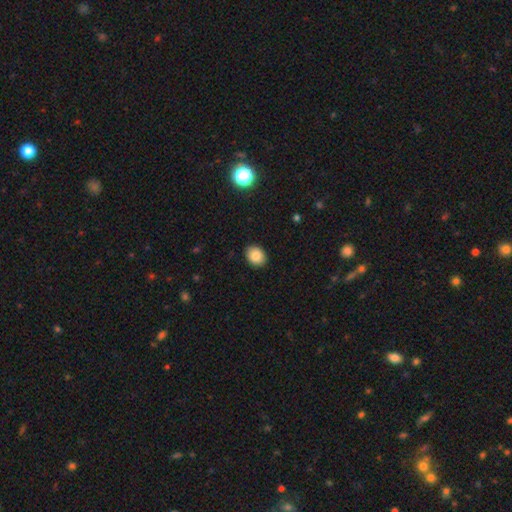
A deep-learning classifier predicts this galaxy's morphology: The model was most divided on "how rounded": in between: 55%, round: 44%, cigar-shaped: 1%. More confident: merging — none (90%); smooth or featured — smooth (86%).